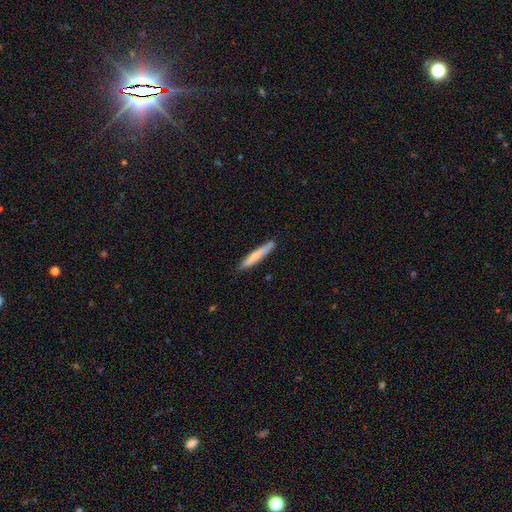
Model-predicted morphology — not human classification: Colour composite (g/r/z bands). It shows a smooth galaxy with no disk features (71%) that is cigar-shaped (94%). Merging: none (84%).